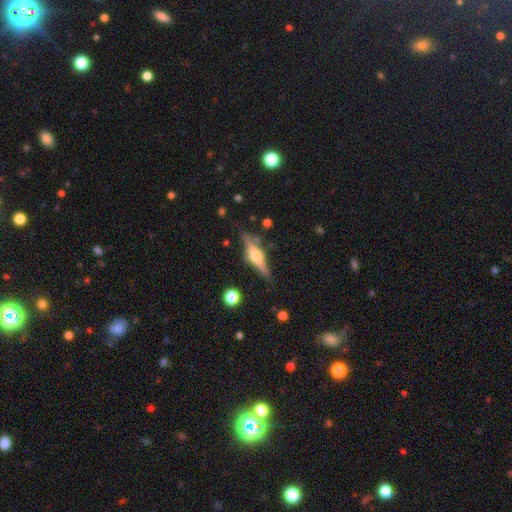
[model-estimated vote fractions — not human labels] featured or disk 69%, smooth 24%, star or artifact 7%. Down the decision tree: edge-on disk — yes (96%); edge-on bulge — rounded (86%); merging — none (81%).